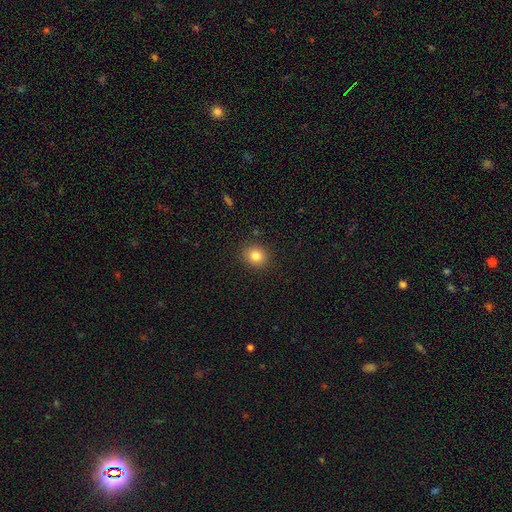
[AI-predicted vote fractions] Smooth or featured: smooth — 82% (star or artifact — 11%)
How rounded: round — 77% (in between — 22%)
Merging: none — 89% (minor disturbance — 7%)